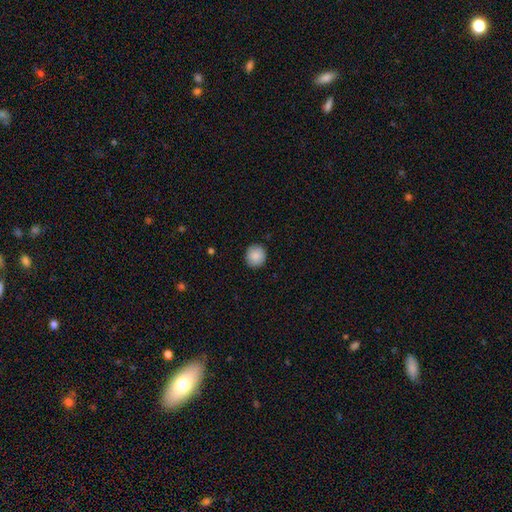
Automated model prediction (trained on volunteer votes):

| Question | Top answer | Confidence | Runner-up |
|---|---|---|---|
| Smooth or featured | smooth | 88% | star or artifact (7%) |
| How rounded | round | 89% | in between (10%) |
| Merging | none | 90% | minor disturbance (7%) |